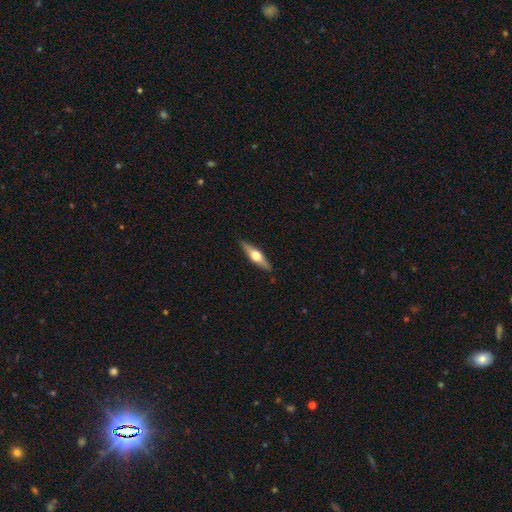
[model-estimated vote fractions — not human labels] This is likely a featured or disk galaxy (63%). It is clearly viewed edge-on (95%). Edge-on bulge: clearly rounded (95%). Merging: clearly none (89%).